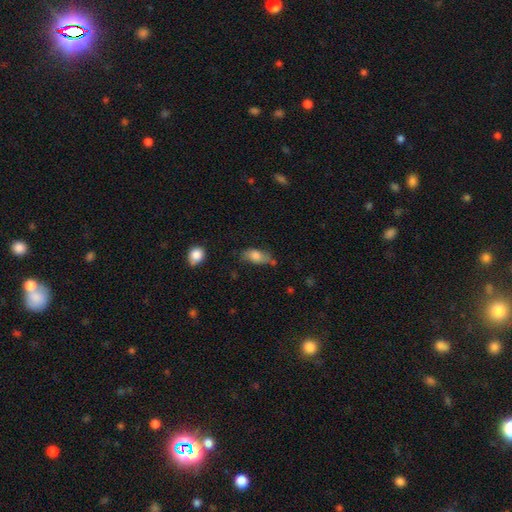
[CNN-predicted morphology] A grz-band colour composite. It shows a smooth galaxy with no disk features (77%) that is in between round and cigar-shaped (85%). Merging: none (60%).